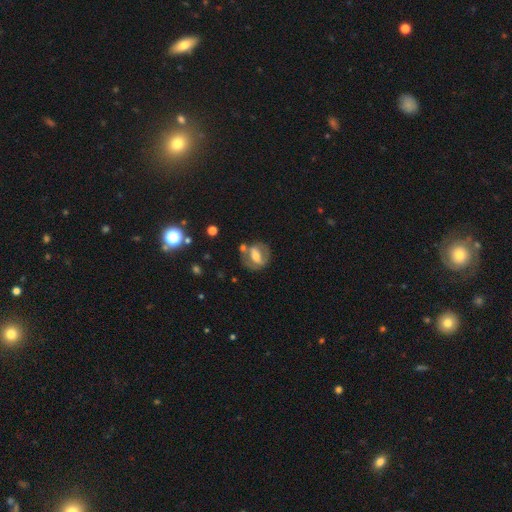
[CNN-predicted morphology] Smooth or featured?
  - featured or disk: 58% *
  - smooth: 35%
  - star or artifact: 8%
Edge-on disk?
  - no: 89% *
  - yes: 11%
Bar?
  - strong: 45% *
  - weak: 30%
  - no: 25%
Spiral arms?
  - no: 65% *
  - yes: 35%
Bulge size?
  - moderate: 63% *
  - small: 23%
  - large: 10%
  - none: 2%
  - dominant: 1%
Merging?
  - none: 56% *
  - minor disturbance: 18%
  - merger: 15%
  - major disturbance: 10%